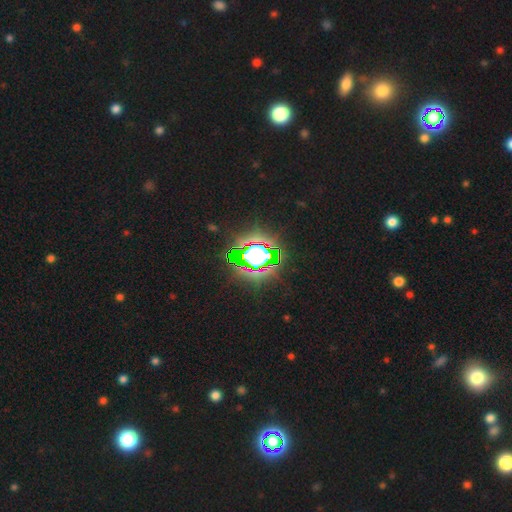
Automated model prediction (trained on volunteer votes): This appears to be a star or artifact, not a galaxy (71%).